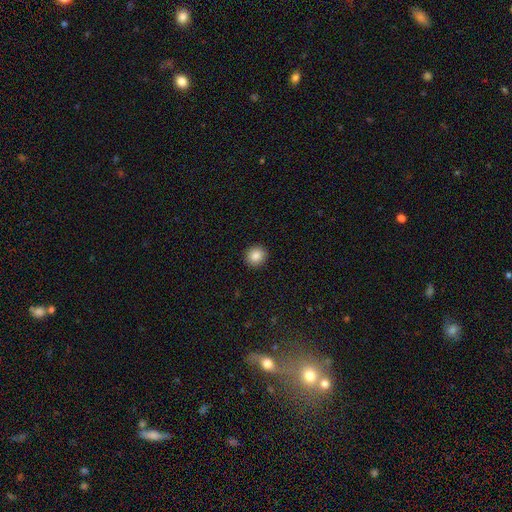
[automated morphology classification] Smooth or featured? Predicted: smooth (p=0.86). How rounded? Predicted: round (p=0.89). Merging? Predicted: none (p=0.93).